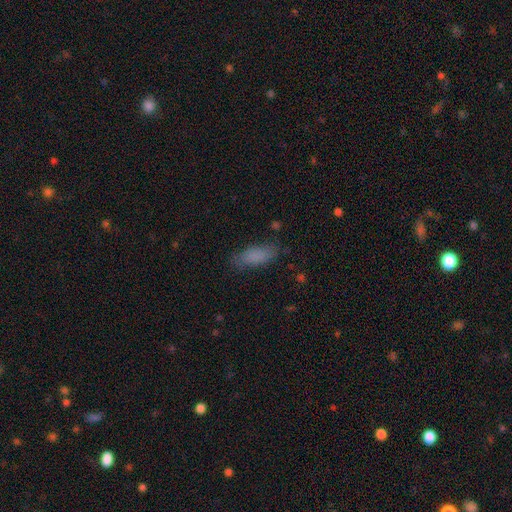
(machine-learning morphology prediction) smooth_or_featured: smooth (p=0.83) [alt: star or artifact p=0.09]
how_rounded: in between (p=0.73) [alt: cigar-shaped p=0.25]
merging: none (p=0.77) [alt: minor disturbance p=0.16]